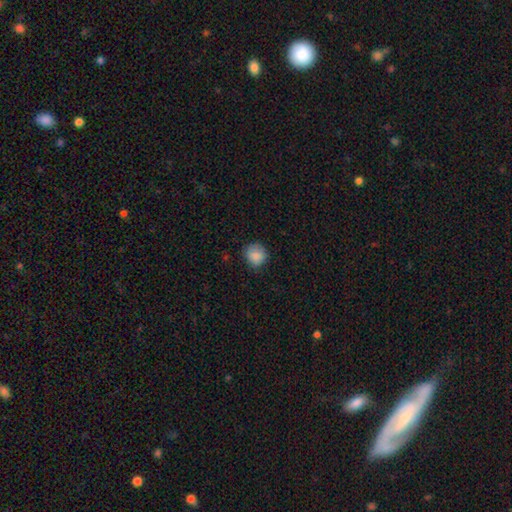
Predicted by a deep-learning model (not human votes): This appears to be a smooth galaxy with no disk features (88%) that is round (88%). Merging: none (79%).